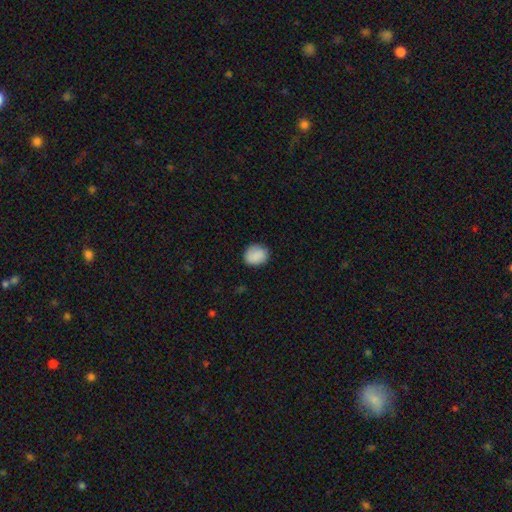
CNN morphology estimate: Smooth or featured? Predicted: smooth (p=0.88). How rounded? Predicted: round (p=0.64). Merging? Predicted: none (p=0.84).